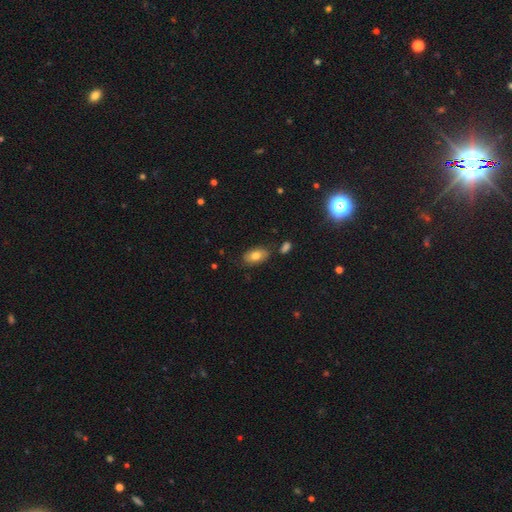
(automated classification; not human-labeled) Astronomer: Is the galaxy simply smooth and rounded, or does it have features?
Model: smooth — 76%.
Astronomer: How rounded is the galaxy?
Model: in between — 92%.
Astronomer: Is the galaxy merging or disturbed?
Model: none — 76%.